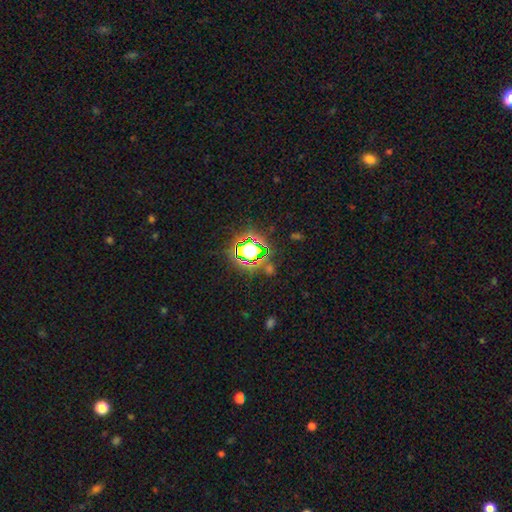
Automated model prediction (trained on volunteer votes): Q: Smooth or featured?
A: star or artifact (74%); runner-up: smooth (17%)